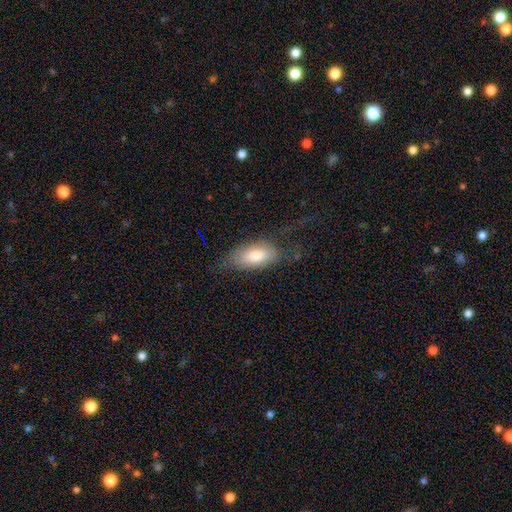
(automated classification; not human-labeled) Smooth or featured? Predicted: smooth (p=0.70). How rounded? Predicted: in between (p=0.88). Merging? Predicted: none (p=0.49).